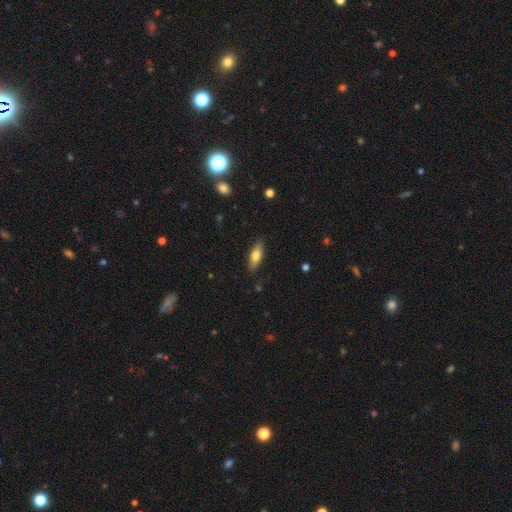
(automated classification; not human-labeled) This is likely a smooth galaxy (72%). How rounded: likely in between (68%). Merging: clearly none (86%).